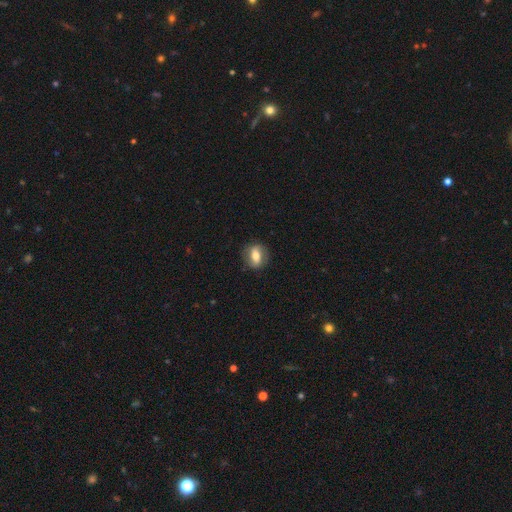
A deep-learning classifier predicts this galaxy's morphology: Smooth or featured: smooth — 55% (featured or disk — 37%)
How rounded: in between — 63% (round — 31%)
Merging: none — 82% (minor disturbance — 13%)